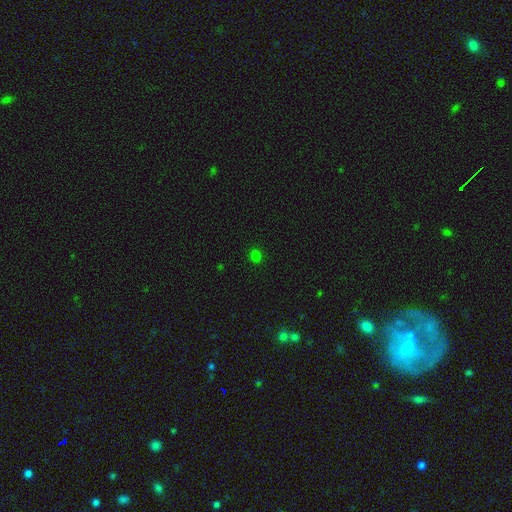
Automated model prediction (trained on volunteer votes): Smooth or featured?
  - smooth: 77% *
  - star or artifact: 20%
  - featured or disk: 4%
How rounded?
  - round: 80% *
  - in between: 19%
  - cigar-shaped: 1%
Merging?
  - none: 90% *
  - minor disturbance: 6%
  - major disturbance: 2%
  - merger: 1%